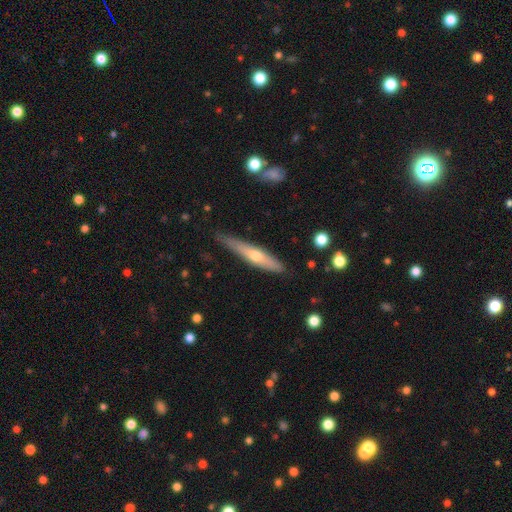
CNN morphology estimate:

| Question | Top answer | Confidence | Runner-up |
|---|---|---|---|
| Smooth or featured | featured or disk | 53% | smooth (41%) |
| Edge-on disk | yes | 89% | no (11%) |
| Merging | none | 78% | minor disturbance (17%) |